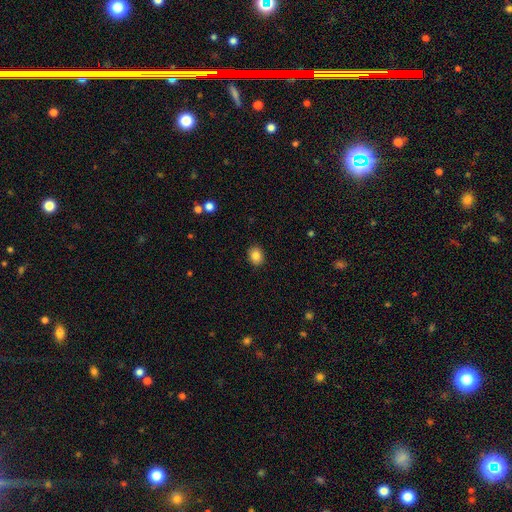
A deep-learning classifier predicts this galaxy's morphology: This is clearly a smooth galaxy (85%). How rounded: possibly round (57%). Merging: clearly none (90%).